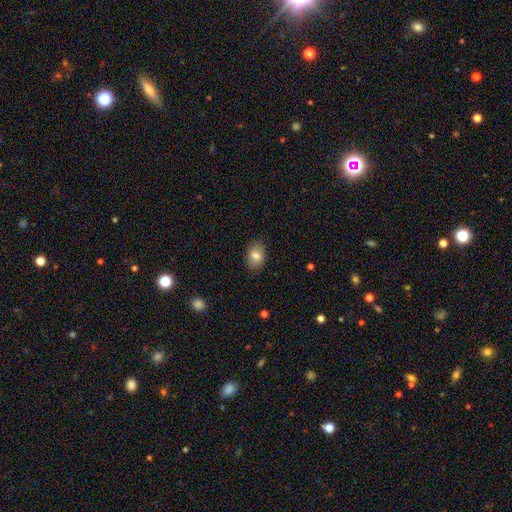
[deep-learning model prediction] Smooth or featured? smooth (81%)
How rounded? in between (81%)
Merging? none (85%)